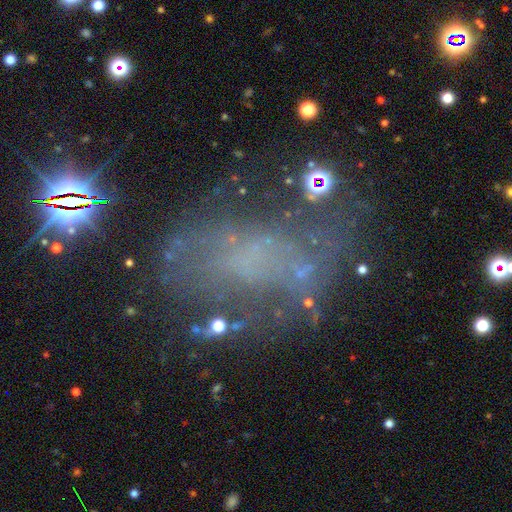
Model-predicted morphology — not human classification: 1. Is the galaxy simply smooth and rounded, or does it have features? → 52% featured or disk, 25% star or artifact, 23% smooth.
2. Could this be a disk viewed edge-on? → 96% no, 4% yes.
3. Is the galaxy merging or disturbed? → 50% none, 24% major disturbance, 21% minor disturbance, 4% merger.